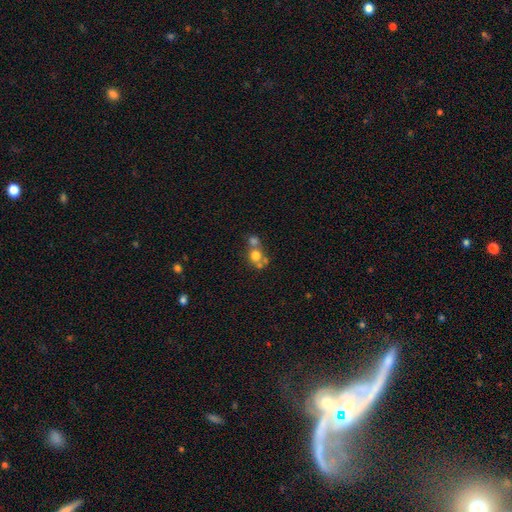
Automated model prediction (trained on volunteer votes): This appears to be a smooth galaxy with no disk features (67%) that is round (80%). Merging: merger (50%).